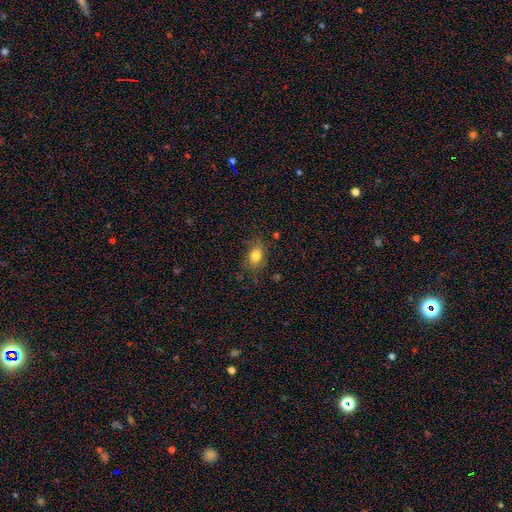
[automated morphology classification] smooth_or_featured: smooth (p=0.80) [alt: star or artifact p=0.10]
how_rounded: in between (p=0.67) [alt: round p=0.32]
merging: none (p=0.74) [alt: minor disturbance p=0.18]